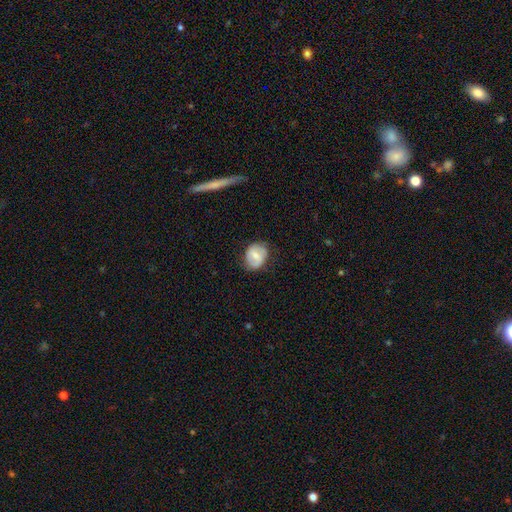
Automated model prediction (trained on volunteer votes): smooth_or_featured: smooth (p=0.53) [alt: featured or disk p=0.40]
how_rounded: round (p=0.54) [alt: in between p=0.44]
merging: none (p=0.74) [alt: minor disturbance p=0.19]